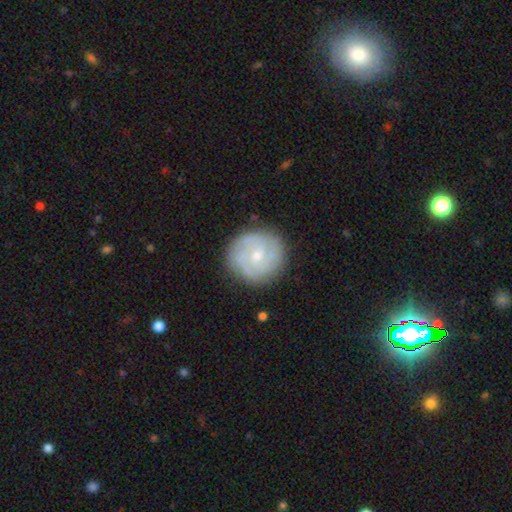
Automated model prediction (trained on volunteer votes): A featured or disk galaxy (67%) with no bar (69%), tight (60%) spiral arms (86%) and a small central bulge (60%).

Vote fractions:
- Smooth or featured? featured or disk: 67% / smooth: 27% / star or artifact: 6%
- Edge-on disk? no: 98% / yes: 2%
- Bar? no: 69% / weak: 28% / strong: 4%
- Spiral arms? yes: 86% / no: 14%
- Spiral winding? tight: 60% / medium: 31% / loose: 9%
- Spiral arm count? can't tell: 36% / 3: 25% / 2: 20% / 4: 9% / 1: 5% / more than 4: 5%
- Bulge size? small: 60% / moderate: 36% / none: 2% / large: 1% / dominant: 1%
- Merging? none: 83% / minor disturbance: 12% / major disturbance: 4% / merger: 1%